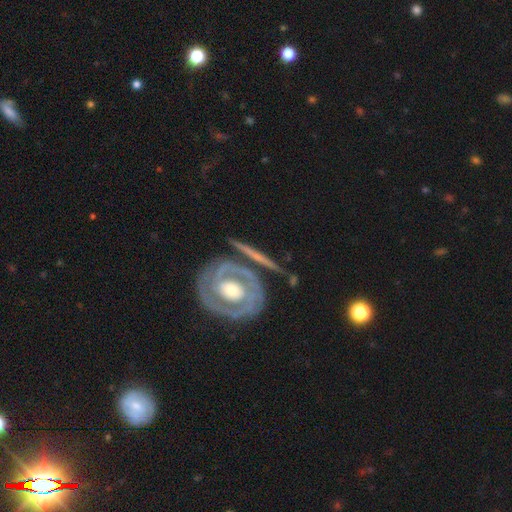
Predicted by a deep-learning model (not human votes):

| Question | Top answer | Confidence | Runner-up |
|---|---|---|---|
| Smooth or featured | featured or disk | 76% | smooth (19%) |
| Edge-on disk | no | 74% | yes (26%) |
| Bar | no | 58% | weak (23%) |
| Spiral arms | yes | 76% | no (24%) |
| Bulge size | moderate | 57% | small (29%) |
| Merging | none | 74% | minor disturbance (12%) |